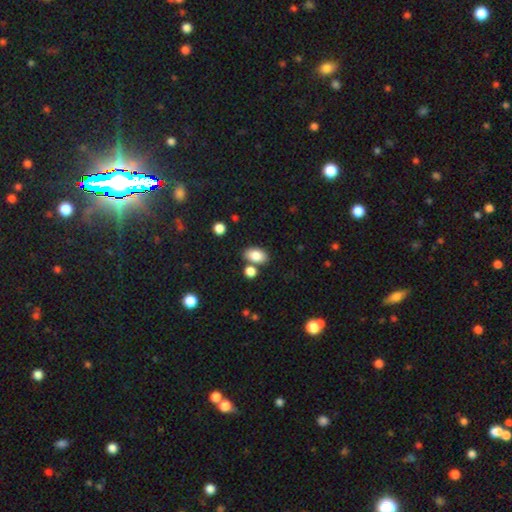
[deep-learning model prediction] Morphology: type=smooth (85%); roundness=in between (88%); merging=none (70%).